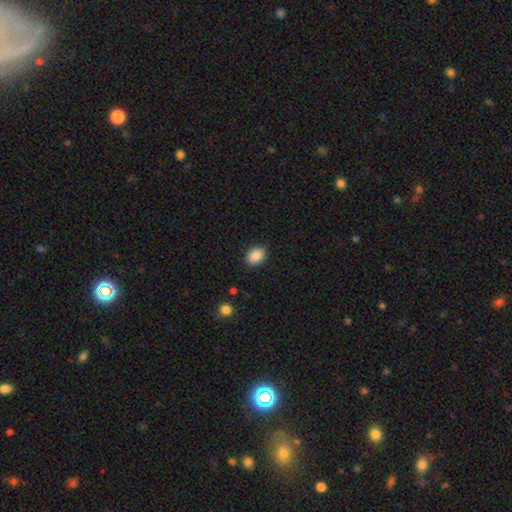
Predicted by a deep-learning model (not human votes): Overall: smooth (88%). How rounded: in between (68%; round 31%). Merging: none (88%).